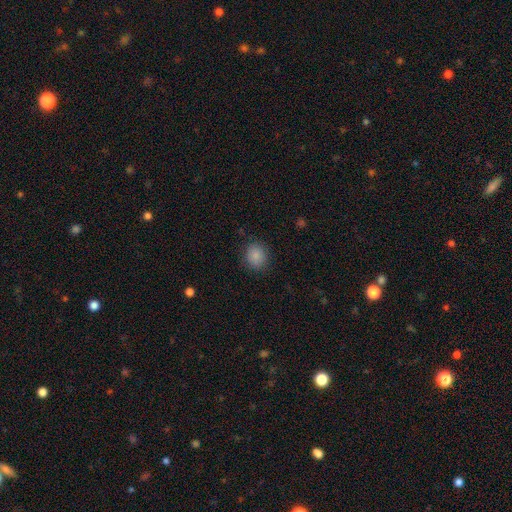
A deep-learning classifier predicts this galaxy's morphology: smooth-or-featured: smooth: 87% | star or artifact: 9% | featured or disk: 4%
  how-rounded: round: 74% | in between: 25% | cigar-shaped: 1%
  merging: none: 86% | minor disturbance: 10% | major disturbance: 3% | merger: 1%